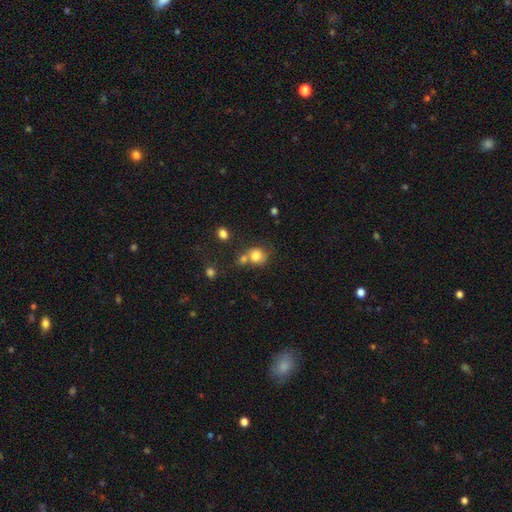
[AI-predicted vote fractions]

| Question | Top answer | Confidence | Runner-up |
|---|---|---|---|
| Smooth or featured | smooth | 79% | star or artifact (11%) |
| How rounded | round | 77% | in between (22%) |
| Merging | none | 45% | merger (35%) |